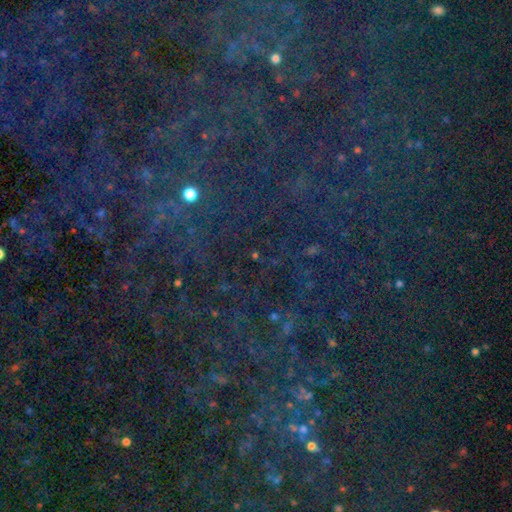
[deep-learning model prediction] star or artifact 76%, smooth 16%, featured or disk 8%.